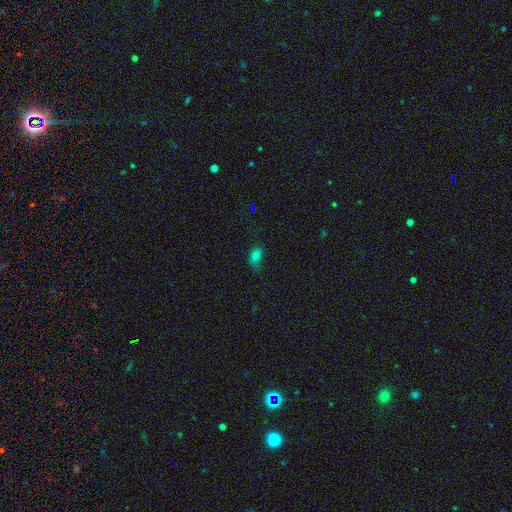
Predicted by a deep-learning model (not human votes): This is likely a smooth galaxy (75%). How rounded: clearly in between (82%). Merging: possibly none (55%).